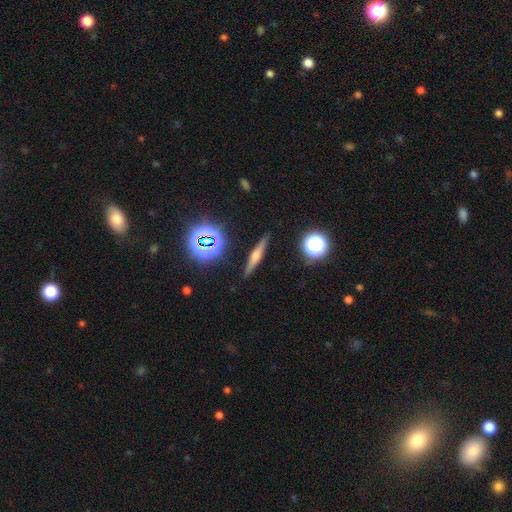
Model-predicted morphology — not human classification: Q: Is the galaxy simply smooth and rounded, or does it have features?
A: featured or disk — 56%.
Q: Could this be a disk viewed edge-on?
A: yes — 95%.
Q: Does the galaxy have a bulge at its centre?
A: rounded — 85%.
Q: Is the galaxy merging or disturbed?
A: none — 89%.